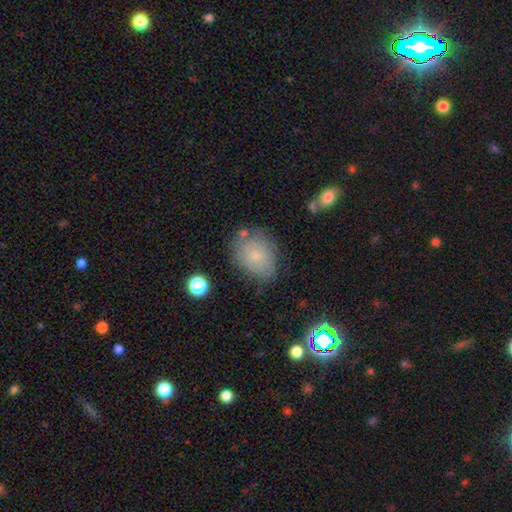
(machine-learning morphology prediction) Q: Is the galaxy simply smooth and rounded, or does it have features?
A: smooth — 71%.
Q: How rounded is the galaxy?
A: in between — 59%.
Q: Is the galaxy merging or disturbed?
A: none — 69%.